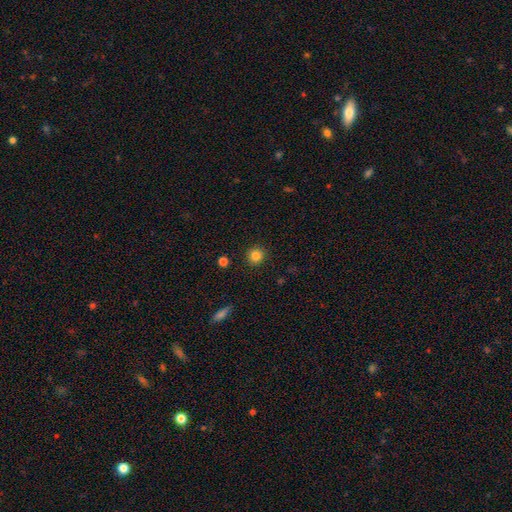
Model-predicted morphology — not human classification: Smooth or featured: smooth — 83% (star or artifact — 12%)
How rounded: round — 93% (in between — 6%)
Merging: none — 91% (minor disturbance — 6%)